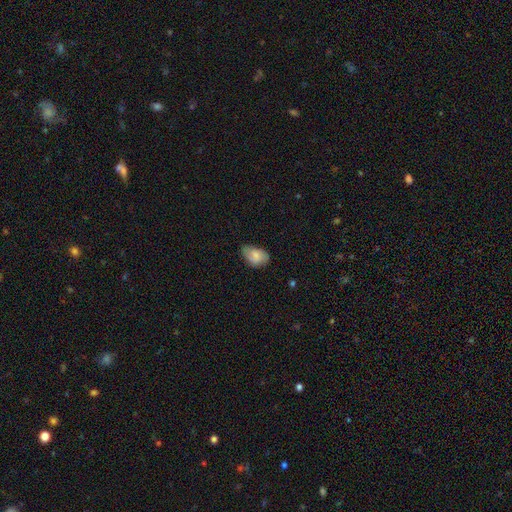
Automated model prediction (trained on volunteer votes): Smooth or featured: smooth — 76% (featured or disk — 17%)
How rounded: in between — 86% (round — 12%)
Merging: none — 57% (minor disturbance — 34%)